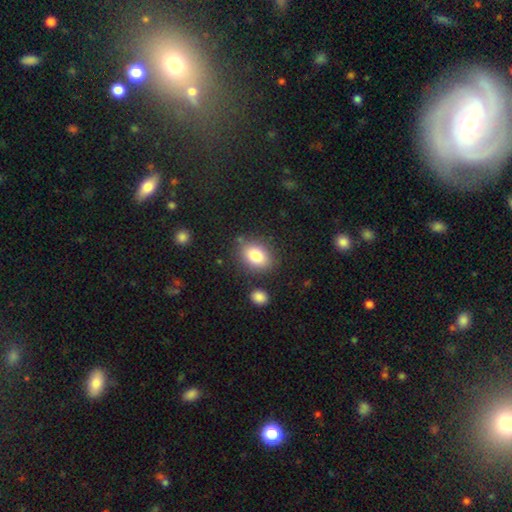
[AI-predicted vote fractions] Smooth or featured: smooth — 82% (featured or disk — 9%)
How rounded: in between — 71% (round — 28%)
Merging: none — 80% (minor disturbance — 12%)